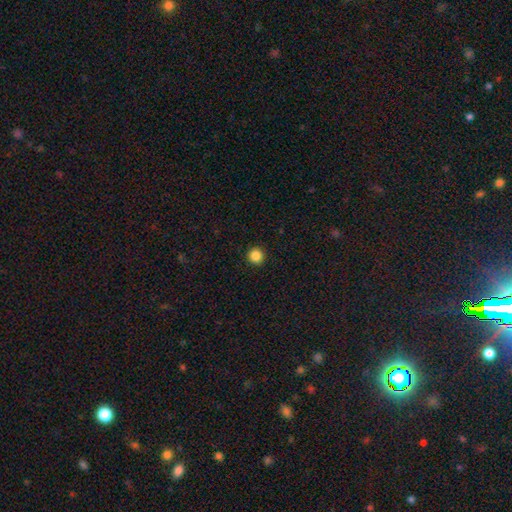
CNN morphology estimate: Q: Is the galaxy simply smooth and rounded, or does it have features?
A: smooth — 86%.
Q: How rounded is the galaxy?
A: round — 96%.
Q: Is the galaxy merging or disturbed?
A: none — 93%.